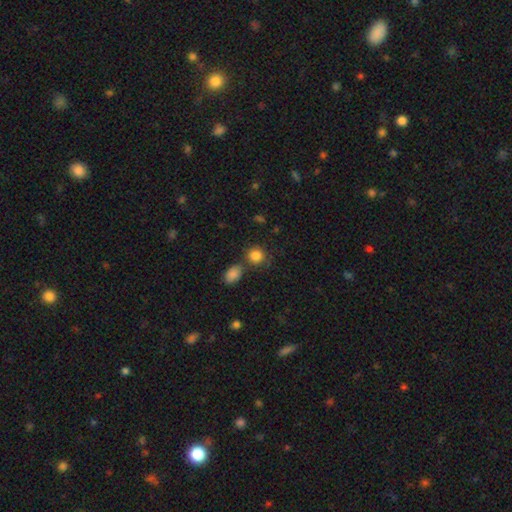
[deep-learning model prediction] smooth_or_featured: smooth (p=0.85) [alt: star or artifact p=0.09]
how_rounded: round (p=0.83) [alt: in between p=0.16]
merging: none (p=0.64) [alt: merger p=0.18]